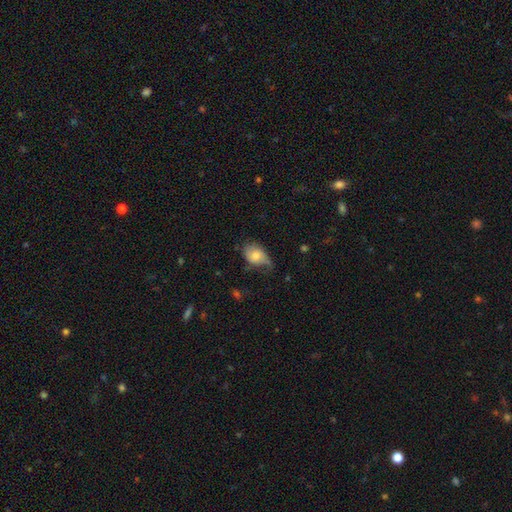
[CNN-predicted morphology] smooth 66%, featured or disk 27%, star or artifact 7%. Down the decision tree: how rounded — in between (78%); merging — minor disturbance (41%).